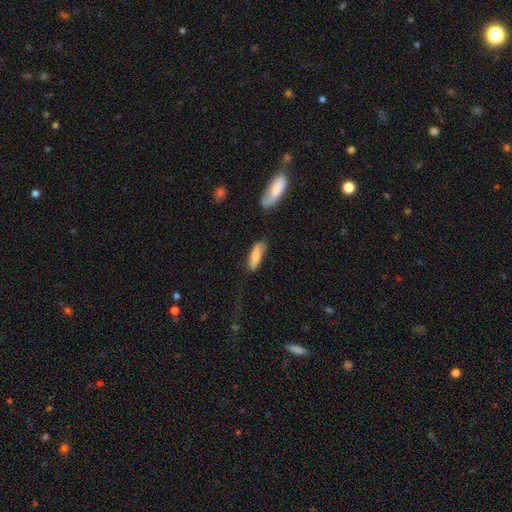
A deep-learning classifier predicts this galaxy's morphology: Smooth or featured? Predicted: smooth (p=0.81). How rounded? Predicted: cigar-shaped (p=0.58). Merging? Predicted: none (p=0.65).